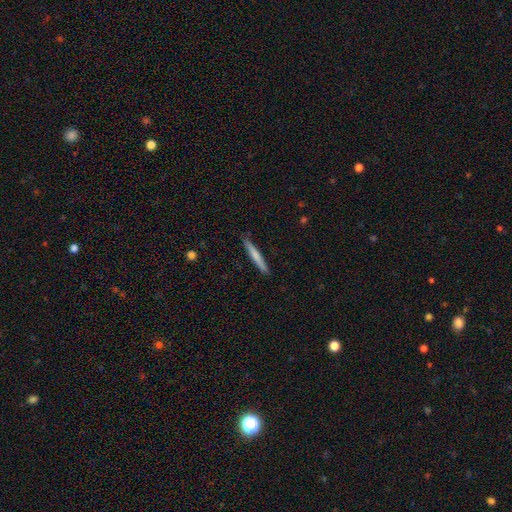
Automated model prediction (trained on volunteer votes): This appears to be a smooth galaxy with no disk features (65%) that is cigar-shaped (96%). Merging: none (90%).